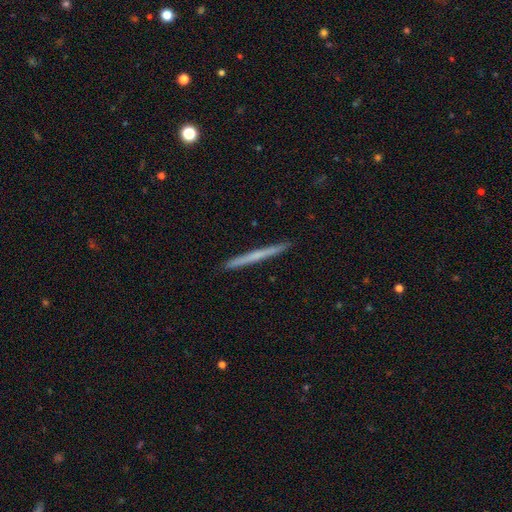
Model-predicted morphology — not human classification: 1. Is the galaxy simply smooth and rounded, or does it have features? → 49% smooth, 46% featured or disk, 5% star or artifact.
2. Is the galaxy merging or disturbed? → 93% none, 5% minor disturbance, 1% major disturbance, 1% merger.